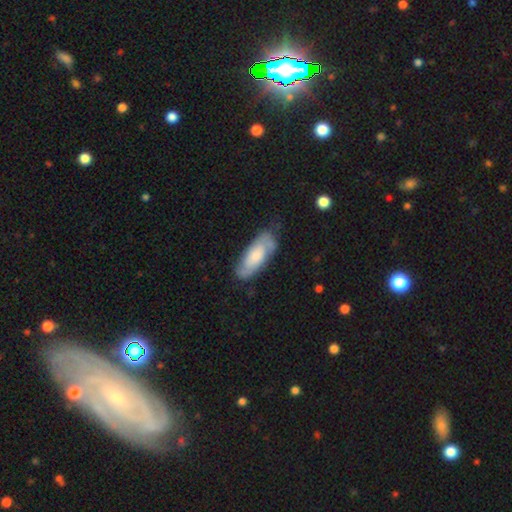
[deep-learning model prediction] featured or disk 49%, smooth 45%, star or artifact 6%. Down the decision tree: merging — none (67%).